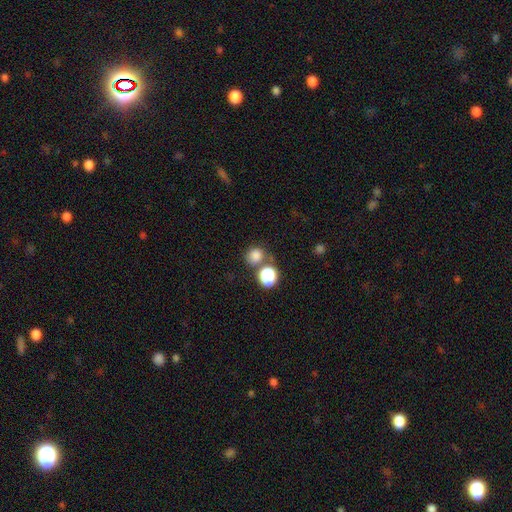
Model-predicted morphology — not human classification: Smooth or featured? Predicted: smooth (p=0.79). How rounded? Predicted: round (p=0.82). Merging? Predicted: none (p=0.63).